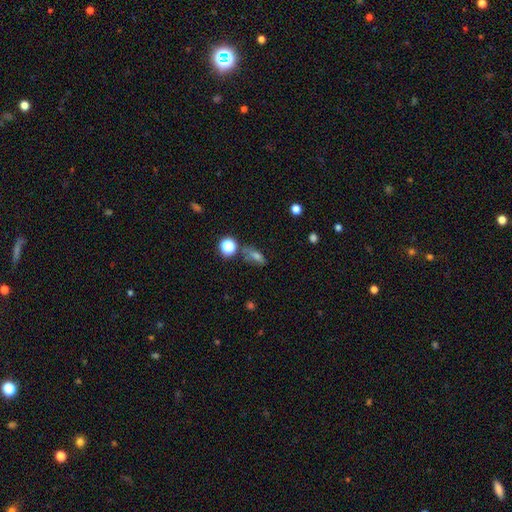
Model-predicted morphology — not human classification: Smooth or featured: smooth — 54% (star or artifact — 25%)
How rounded: in between — 61% (cigar-shaped — 20%)
Merging: none — 59% (minor disturbance — 20%)